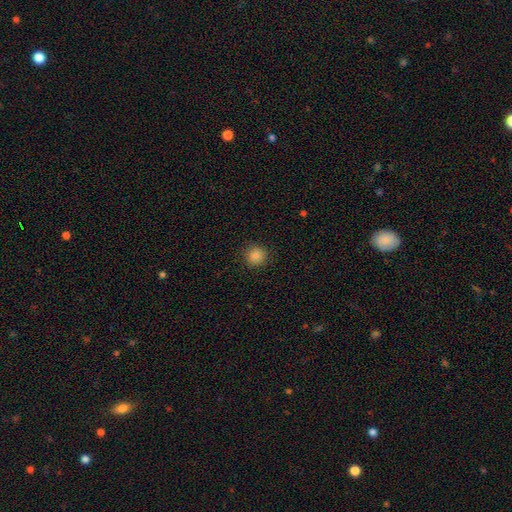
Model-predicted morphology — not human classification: The model was most divided on "smooth or featured": smooth: 87%, star or artifact: 10%, featured or disk: 3%. More confident: how rounded — round (91%); merging — none (89%).